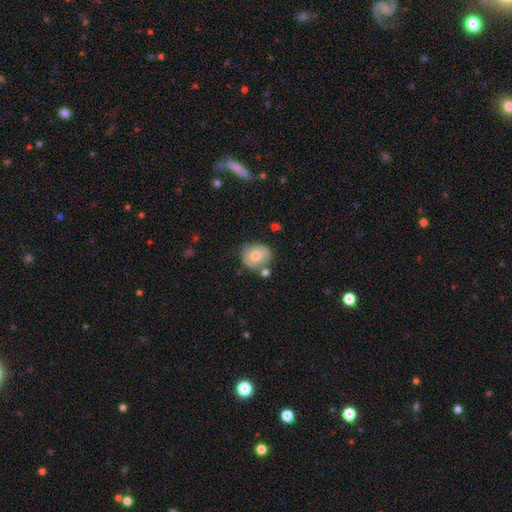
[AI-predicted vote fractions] Smooth or featured? Predicted: smooth (p=0.61). How rounded? Predicted: round (p=0.75). Merging? Predicted: none (p=0.62).